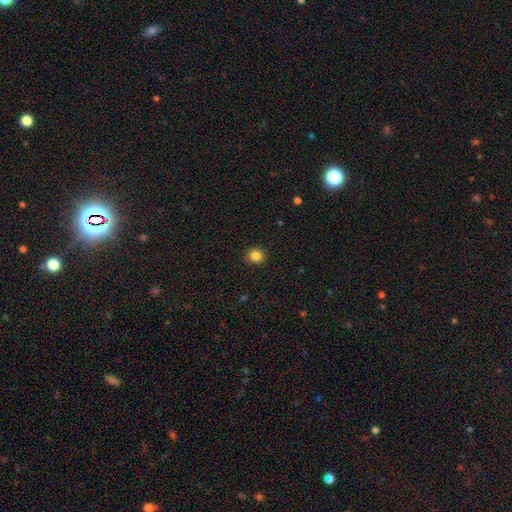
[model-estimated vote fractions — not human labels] The model was most divided on "smooth or featured": smooth: 84%, star or artifact: 11%, featured or disk: 4%. More confident: merging — none (92%); how rounded — round (87%).